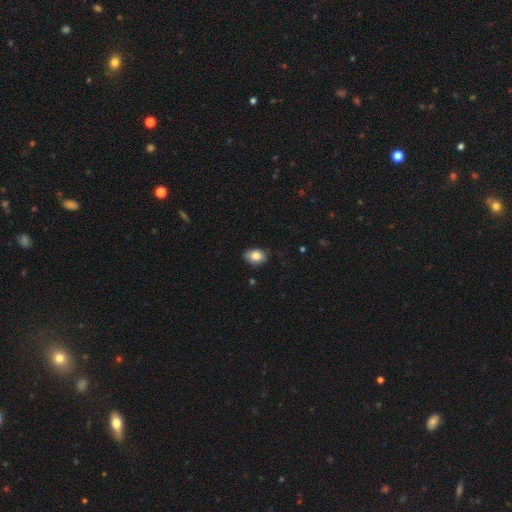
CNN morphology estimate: This appears to be a smooth galaxy with no disk features (84%) that is in between round and cigar-shaped (76%). Merging: none (79%).